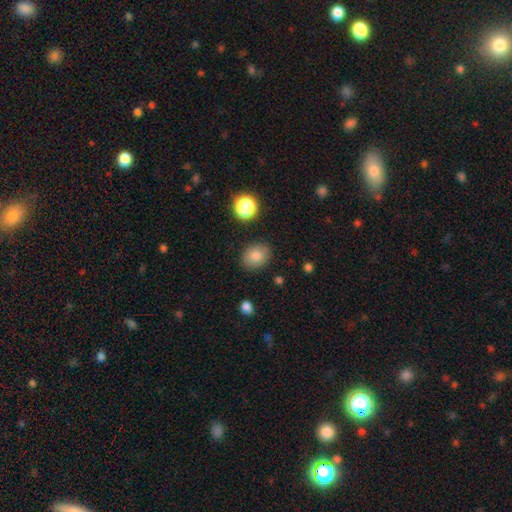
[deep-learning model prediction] This is clearly a smooth galaxy (81%). How rounded: possibly in between (52%). Merging: clearly none (85%).